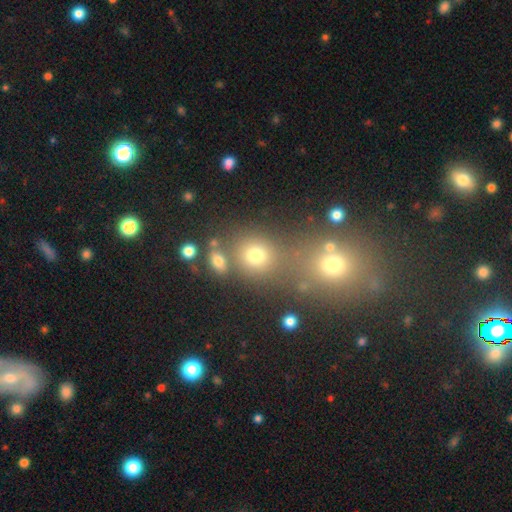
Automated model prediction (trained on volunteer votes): A smooth galaxy with no disk features (73%) that is round (73%). Merging: none (62%).